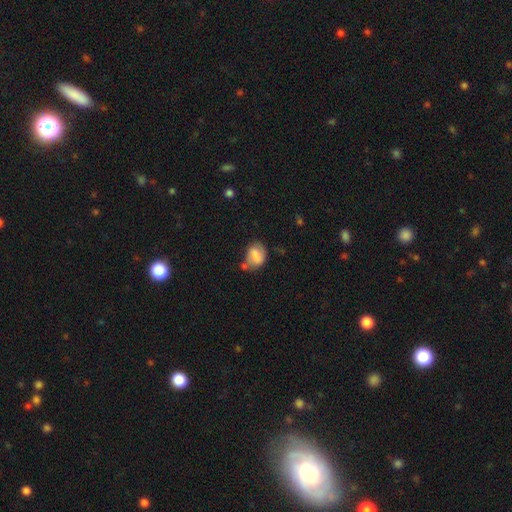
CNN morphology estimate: This appears to be a smooth galaxy with no disk features (73%) that is in between round and cigar-shaped (64%). Merging: none (45%).